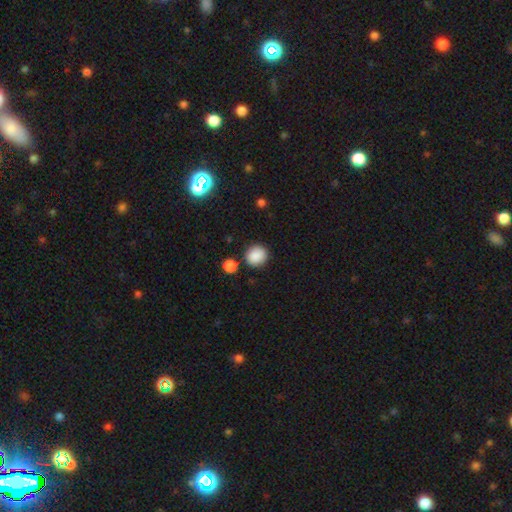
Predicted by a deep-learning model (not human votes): A smooth galaxy with no disk features (88%) that is round (84%).

Vote fractions:
- Smooth or featured? smooth: 88% / star or artifact: 9% / featured or disk: 4%
- How rounded? round: 84% / in between: 15% / cigar-shaped: 1%
- Merging? none: 83% / minor disturbance: 9% / merger: 5% / major disturbance: 3%